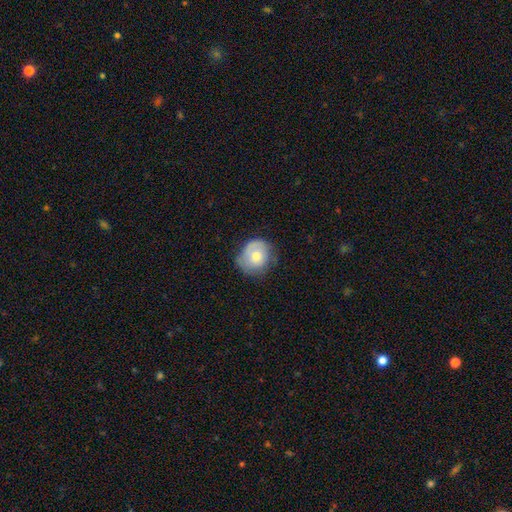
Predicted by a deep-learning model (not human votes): Smooth or featured? smooth (60%)
How rounded? round (77%)
Merging? none (61%)